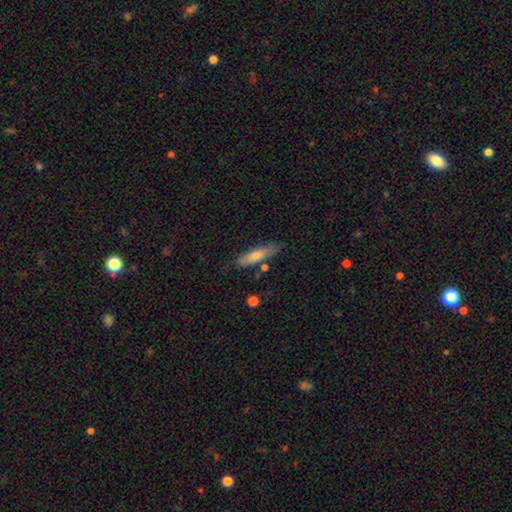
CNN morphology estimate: type=smooth (74%); roundness=cigar-shaped (74%); merging=none (70%).